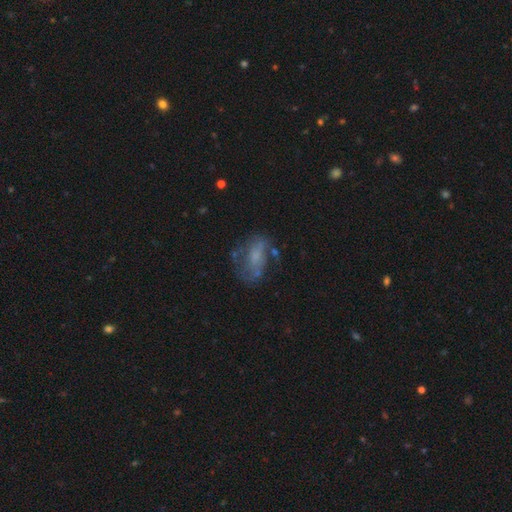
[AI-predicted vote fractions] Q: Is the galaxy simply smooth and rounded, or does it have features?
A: featured or disk — 51%.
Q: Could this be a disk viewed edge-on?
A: no — 95%.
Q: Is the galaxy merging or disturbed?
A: none — 47%.